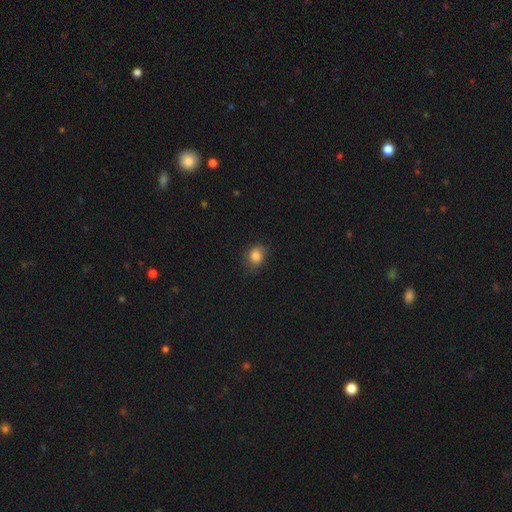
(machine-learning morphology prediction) A smooth galaxy with no disk features (83%) that is round (58%).

Vote fractions:
- Smooth or featured? smooth: 83% / star or artifact: 9% / featured or disk: 7%
- How rounded? round: 58% / in between: 41% / cigar-shaped: 1%
- Merging? none: 69% / minor disturbance: 24% / major disturbance: 7% / merger: 1%